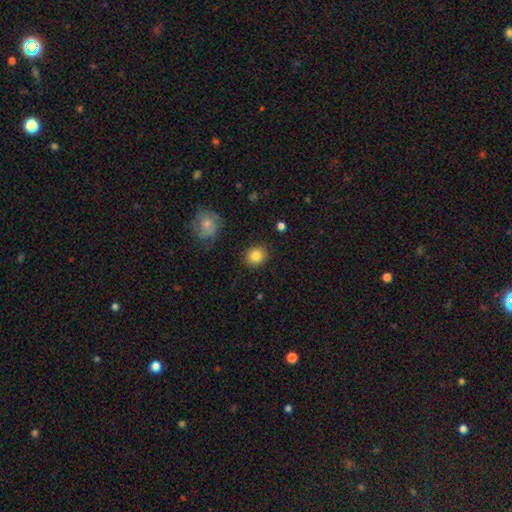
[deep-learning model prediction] This appears to be a smooth galaxy with no disk features (84%) that is round (78%). Merging: none (88%).